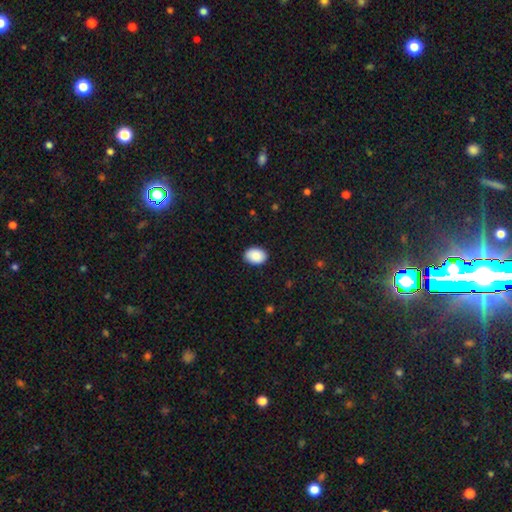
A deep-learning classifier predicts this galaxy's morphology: smooth-or-featured: smooth: 90% | star or artifact: 7% | featured or disk: 3%
  how-rounded: in between: 75% | round: 24% | cigar-shaped: 1%
  merging: none: 88% | minor disturbance: 9% | major disturbance: 2% | merger: 1%